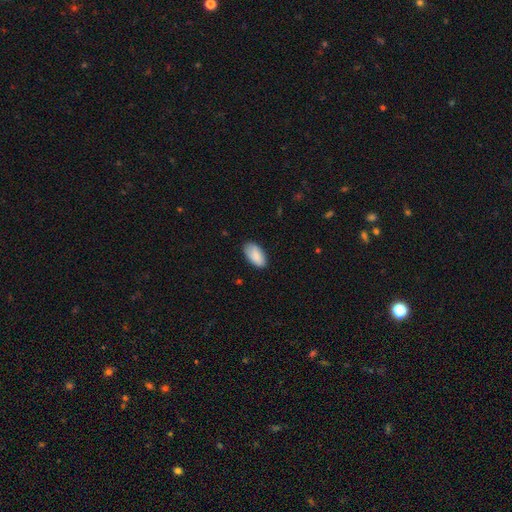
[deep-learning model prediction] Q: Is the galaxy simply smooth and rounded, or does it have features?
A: smooth — 89%.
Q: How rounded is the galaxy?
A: in between — 95%.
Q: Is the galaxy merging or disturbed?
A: none — 83%.